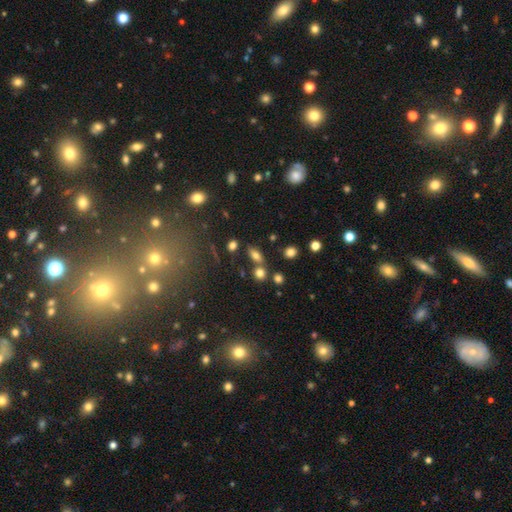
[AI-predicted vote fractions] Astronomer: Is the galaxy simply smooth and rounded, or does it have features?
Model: smooth — 70%.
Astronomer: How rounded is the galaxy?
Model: in between — 77%.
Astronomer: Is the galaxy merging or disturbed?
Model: none — 66%.